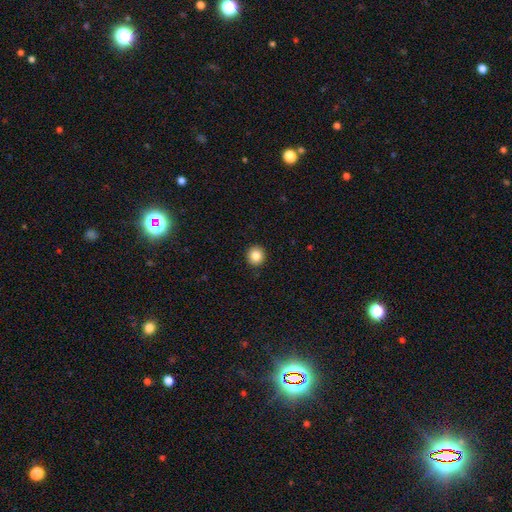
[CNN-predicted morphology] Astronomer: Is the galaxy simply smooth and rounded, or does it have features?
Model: smooth — 85%.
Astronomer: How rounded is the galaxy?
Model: round — 91%.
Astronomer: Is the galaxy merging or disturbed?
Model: none — 93%.